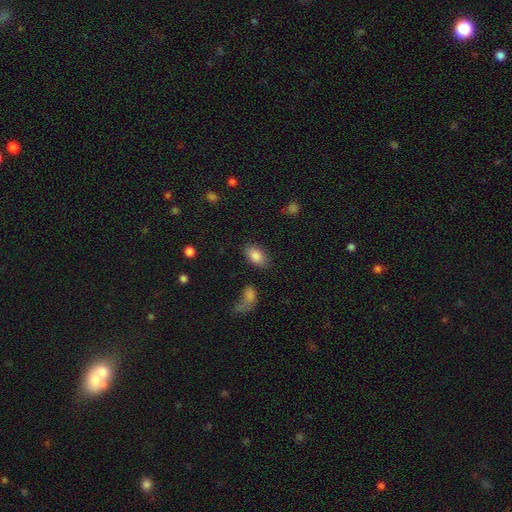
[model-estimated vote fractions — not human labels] This appears to be a smooth galaxy with no disk features (85%) that is in between round and cigar-shaped (91%). Merging: none (80%).